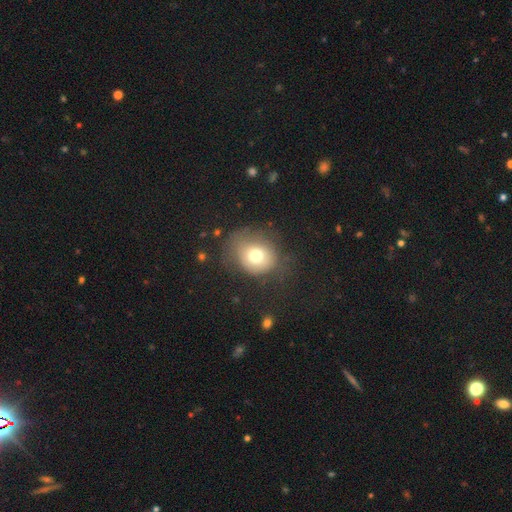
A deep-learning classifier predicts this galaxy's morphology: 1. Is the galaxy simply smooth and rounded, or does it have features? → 71% smooth, 17% featured or disk, 12% star or artifact.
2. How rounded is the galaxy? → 67% round, 32% in between, 1% cigar-shaped.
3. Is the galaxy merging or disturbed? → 55% none, 25% minor disturbance, 18% major disturbance, 2% merger.